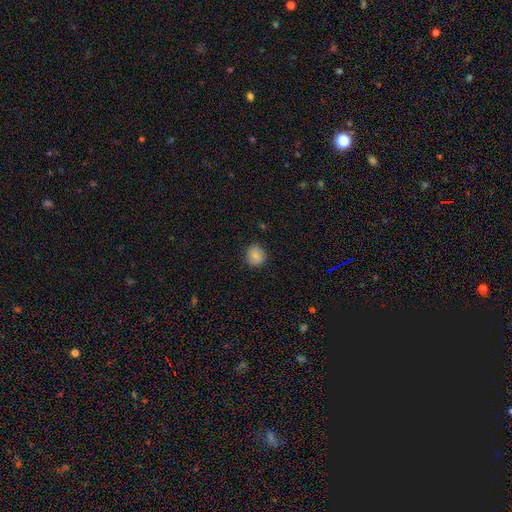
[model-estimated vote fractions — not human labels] Overall: smooth (83%). How rounded: round (87%). Merging: none (87%).